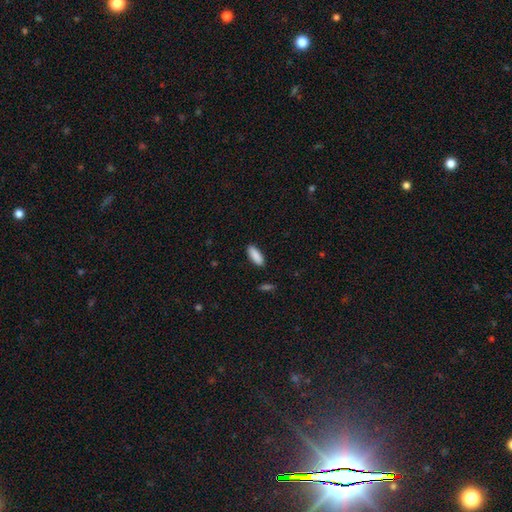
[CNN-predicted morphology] Smooth or featured: smooth — 90% (star or artifact — 6%)
How rounded: in between — 70% (cigar-shaped — 28%)
Merging: none — 88% (minor disturbance — 8%)